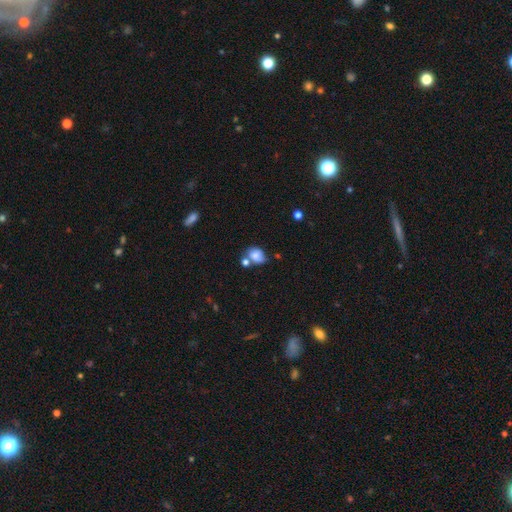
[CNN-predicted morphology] A smooth galaxy with no disk features (75%) that is in between round and cigar-shaped (59%). Merging: none (42%).